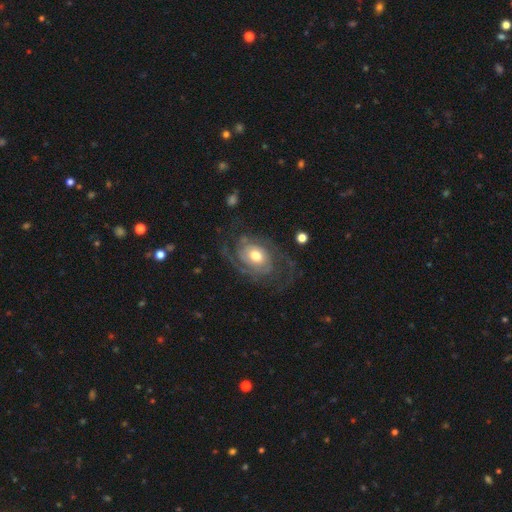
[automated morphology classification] smooth-or-featured: featured or disk: 86% | smooth: 9% | star or artifact: 5%
  disk-edge-on: no: 97% | yes: 3%
    bar: no: 74% | weak: 21% | strong: 5%
    has-spiral-arms: yes: 94% | no: 6%
      spiral-winding: tight: 49% | medium: 37% | loose: 14%
      spiral-arm-count: 2: 51% | can't tell: 18% | 3: 15% | 1: 6% | 4: 5% | more than 4: 5%
    bulge-size: moderate: 68% | large: 19% | small: 11% | dominant: 2% | none: 1%
  merging: none: 66% | minor disturbance: 16% | major disturbance: 16% | merger: 2%